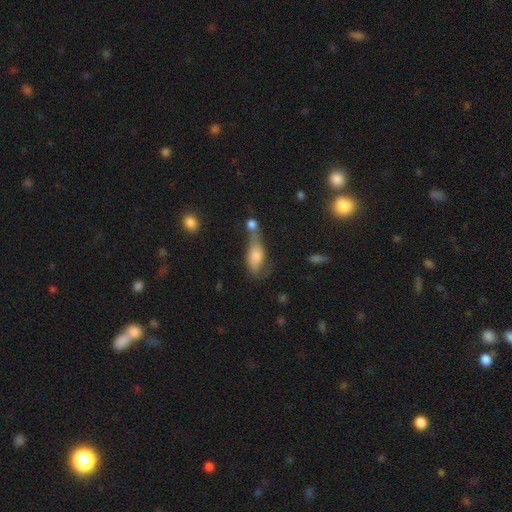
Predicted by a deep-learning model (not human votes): Smooth or featured: smooth — 65% (featured or disk — 24%)
How rounded: in between — 74% (cigar-shaped — 19%)
Merging: merger — 33% (none — 26%)